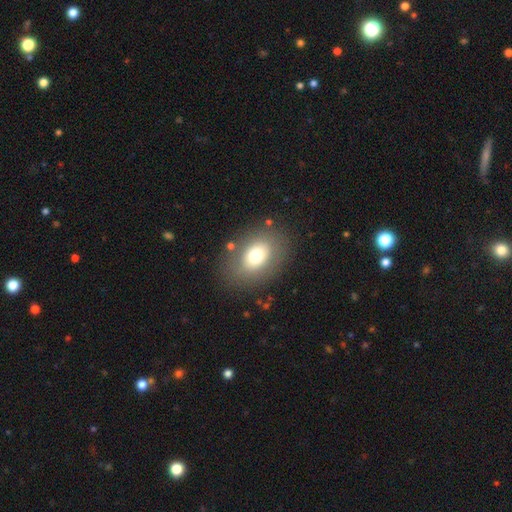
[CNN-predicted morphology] Smooth or featured? smooth (69%)
How rounded? in between (68%)
Merging? none (82%)